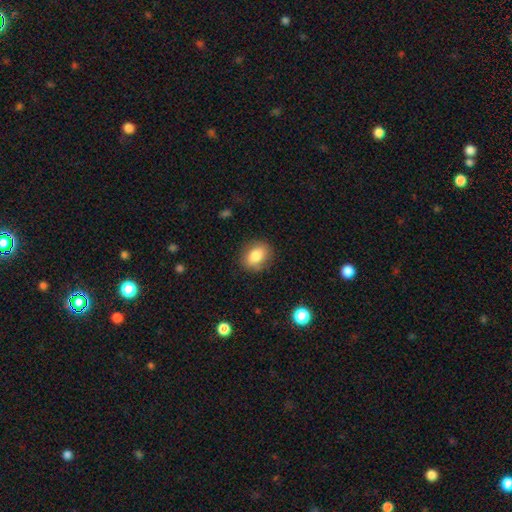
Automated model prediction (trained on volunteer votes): Smooth or featured? smooth (82%)
How rounded? in between (61%)
Merging? none (82%)